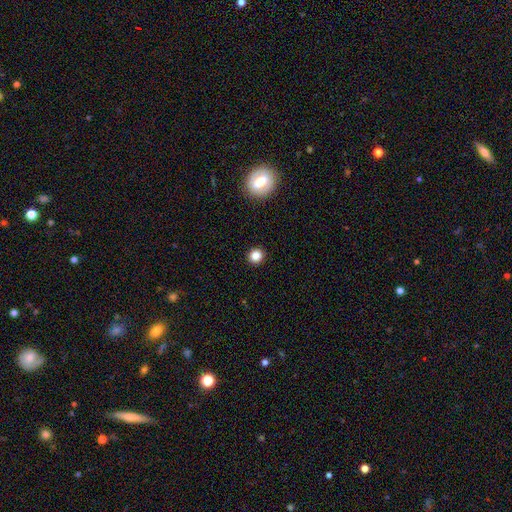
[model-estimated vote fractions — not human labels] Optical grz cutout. It shows a smooth galaxy with no disk features (84%) that is round (93%). Merging: none (93%).